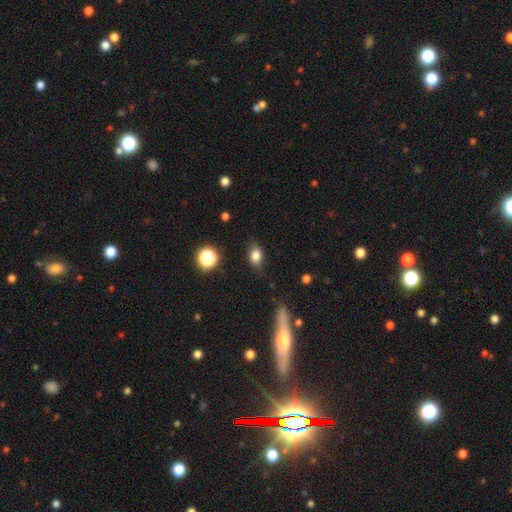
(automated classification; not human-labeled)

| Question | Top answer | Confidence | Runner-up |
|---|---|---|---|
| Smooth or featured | smooth | 81% | star or artifact (11%) |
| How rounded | in between | 75% | round (22%) |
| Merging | none | 81% | minor disturbance (14%) |